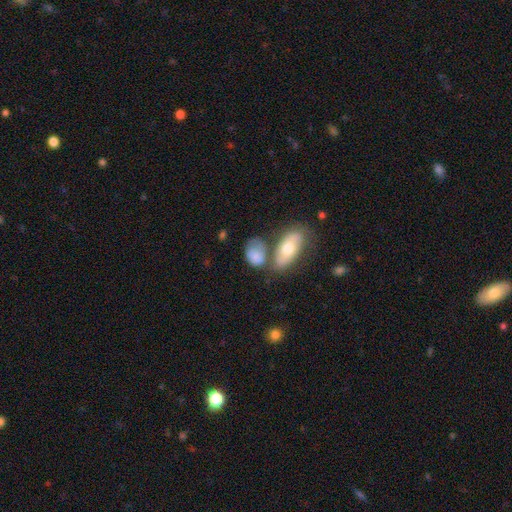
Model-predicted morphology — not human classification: Smooth or featured: smooth — 74% (featured or disk — 19%)
How rounded: in between — 80% (round — 17%)
Merging: none — 37% (merger — 31%)